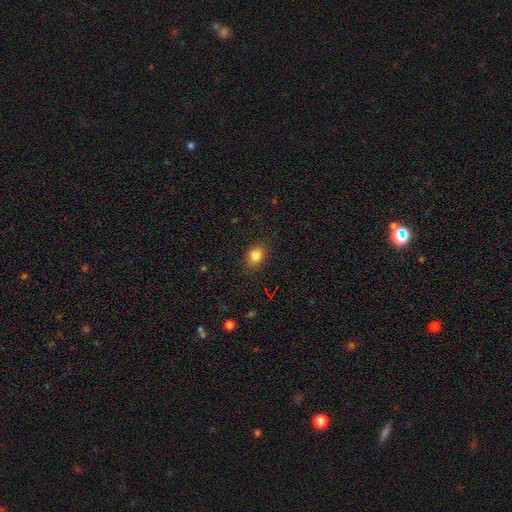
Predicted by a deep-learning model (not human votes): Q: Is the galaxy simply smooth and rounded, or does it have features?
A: smooth — 83%.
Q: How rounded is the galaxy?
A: in between — 68%.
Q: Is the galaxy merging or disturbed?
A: none — 85%.